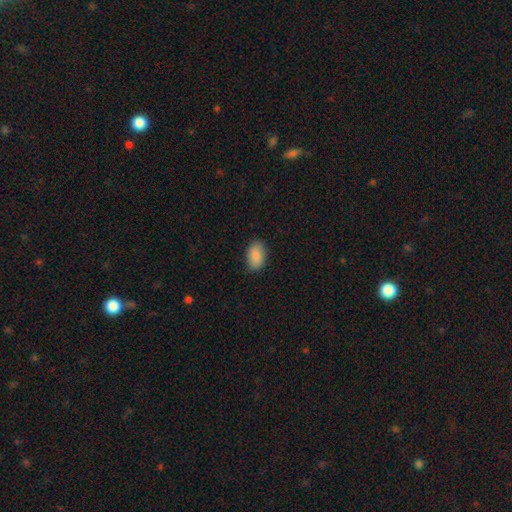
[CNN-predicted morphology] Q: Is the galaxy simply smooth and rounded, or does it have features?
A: smooth — 89%.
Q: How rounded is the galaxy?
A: in between — 91%.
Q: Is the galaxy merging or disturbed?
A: none — 87%.